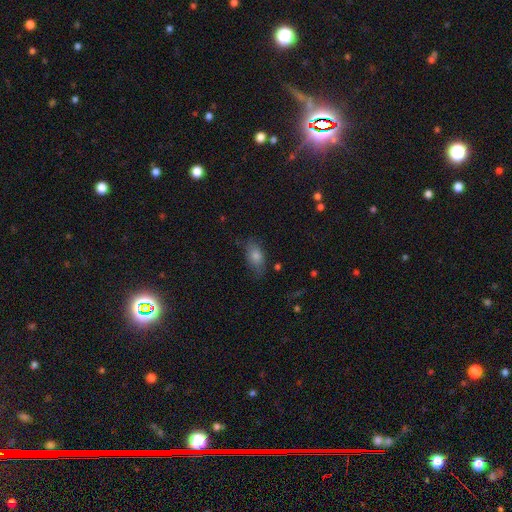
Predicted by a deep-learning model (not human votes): Smooth or featured?
  - smooth: 69% *
  - star or artifact: 16%
  - featured or disk: 15%
How rounded?
  - in between: 82% *
  - round: 10%
  - cigar-shaped: 8%
Merging?
  - none: 71% *
  - minor disturbance: 21%
  - major disturbance: 6%
  - merger: 2%